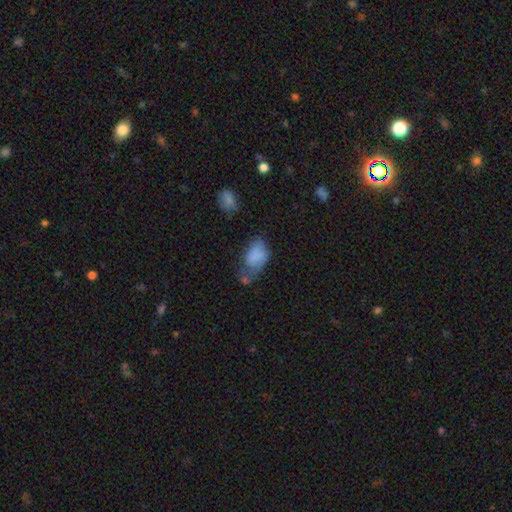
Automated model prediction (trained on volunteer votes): This appears to be a smooth galaxy with no disk features (76%) that is in between round and cigar-shaped (91%). Merging: minor disturbance (32%).